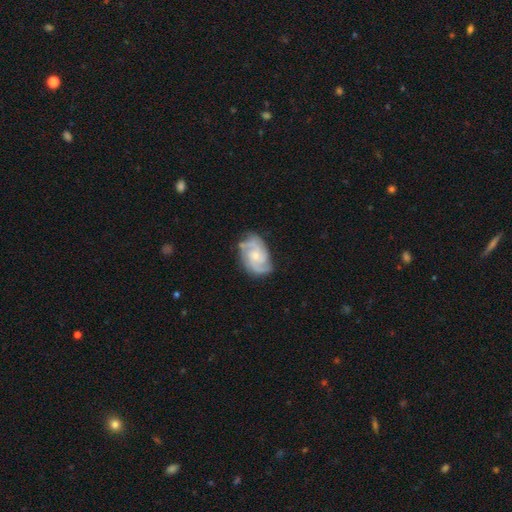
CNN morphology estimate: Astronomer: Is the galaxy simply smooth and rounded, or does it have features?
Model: featured or disk — 86%.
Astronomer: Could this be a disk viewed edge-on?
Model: no — 98%.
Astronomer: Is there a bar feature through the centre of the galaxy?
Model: no — 67%.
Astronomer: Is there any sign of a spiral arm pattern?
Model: yes — 97%.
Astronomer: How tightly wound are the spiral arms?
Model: medium — 46% (runner-up: tight, 43%).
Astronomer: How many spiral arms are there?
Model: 3 — 45% (runner-up: 2, 29%).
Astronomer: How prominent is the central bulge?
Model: small — 60%.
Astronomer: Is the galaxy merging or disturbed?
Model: none — 73%.